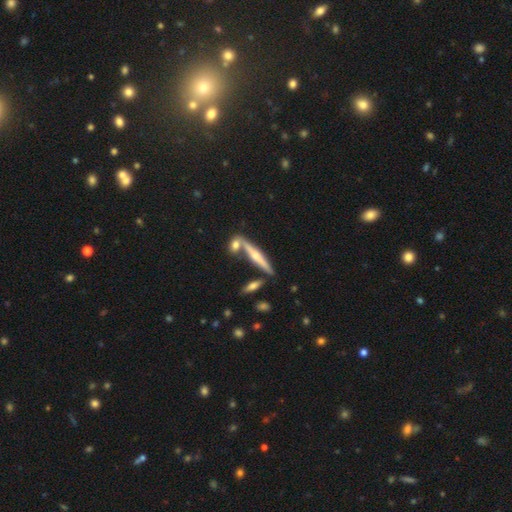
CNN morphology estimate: This appears to be a featured or disk galaxy (63%) viewed edge-on (95%) with a rounded central bulge (86%). Merging: none (69%).